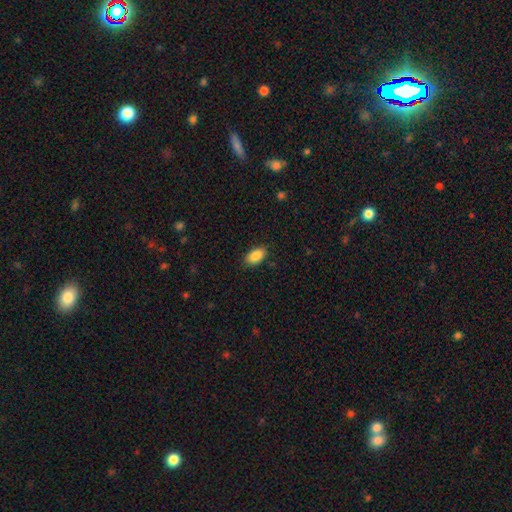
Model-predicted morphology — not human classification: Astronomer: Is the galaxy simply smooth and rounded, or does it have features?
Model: smooth — 88%.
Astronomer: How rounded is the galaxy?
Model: in between — 93%.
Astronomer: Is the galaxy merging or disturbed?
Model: none — 88%.